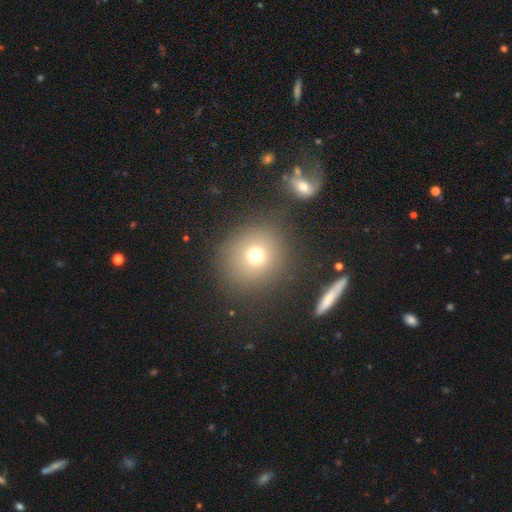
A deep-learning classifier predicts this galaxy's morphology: This appears to be a smooth galaxy with no disk features (72%) that is round (86%). Merging: none (81%).